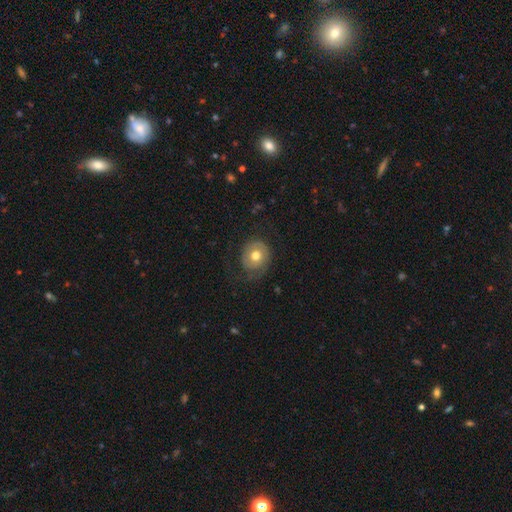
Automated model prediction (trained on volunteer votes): Smooth or featured?
  - featured or disk: 47% *
  - smooth: 45%
  - star or artifact: 7%
Merging?
  - none: 61% *
  - minor disturbance: 20%
  - major disturbance: 17%
  - merger: 1%